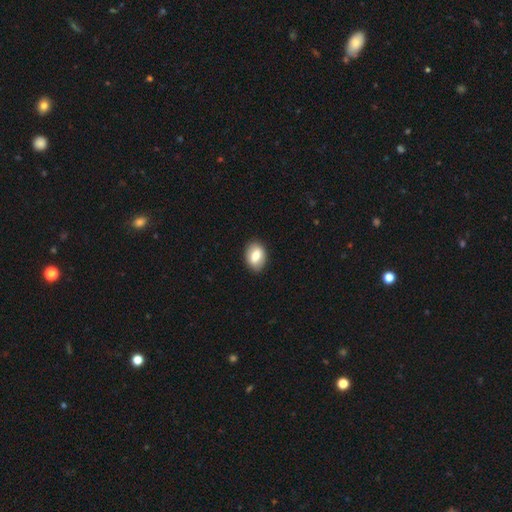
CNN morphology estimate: smooth-or-featured: smooth: 74% | featured or disk: 19% | star or artifact: 7%
  how-rounded: in between: 79% | round: 19% | cigar-shaped: 1%
  merging: none: 88% | minor disturbance: 9% | major disturbance: 2% | merger: 1%